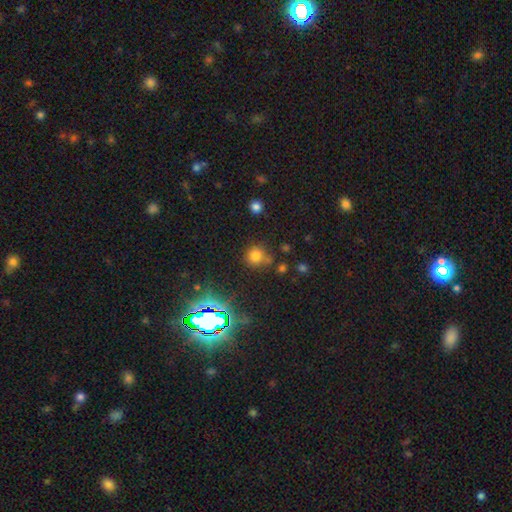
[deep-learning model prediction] smooth_or_featured: smooth (p=0.71) [alt: star or artifact p=0.22]
how_rounded: round (p=0.87) [alt: in between p=0.12]
merging: none (p=0.68) [alt: minor disturbance p=0.17]